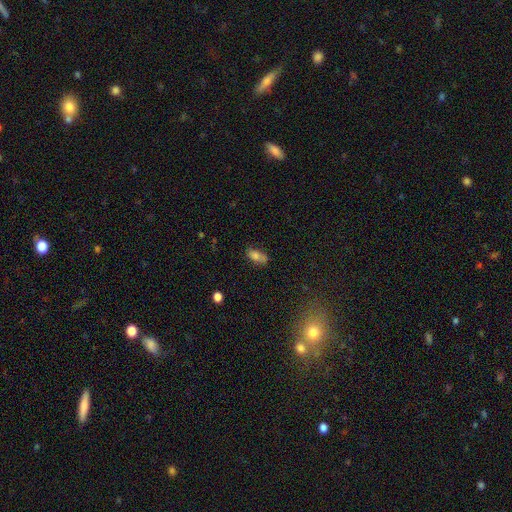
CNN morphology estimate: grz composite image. It shows a smooth galaxy with no disk features (76%) that is in between round and cigar-shaped (85%). Merging: none (58%).